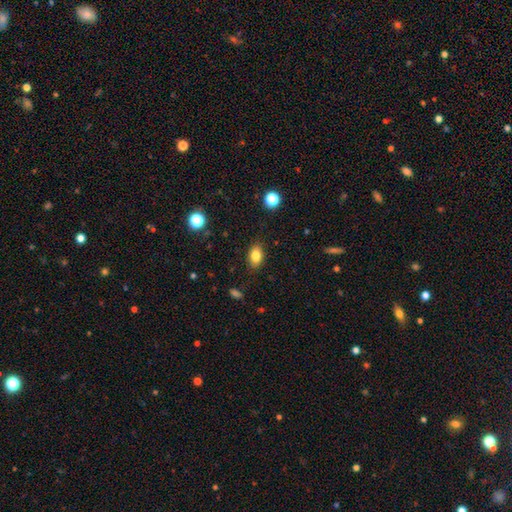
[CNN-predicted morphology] Smooth or featured?
  - smooth: 83% *
  - star or artifact: 10%
  - featured or disk: 8%
How rounded?
  - in between: 84% *
  - round: 14%
  - cigar-shaped: 2%
Merging?
  - none: 87% *
  - minor disturbance: 10%
  - major disturbance: 3%
  - merger: 1%